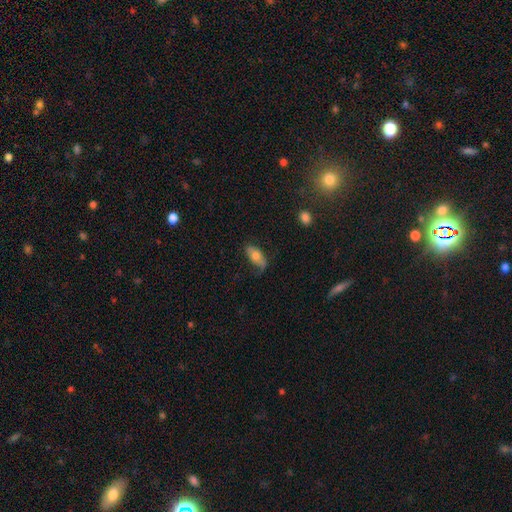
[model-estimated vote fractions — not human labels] A smooth galaxy with no disk features (65%) that is in between round and cigar-shaped (88%). Merging: none (55%).